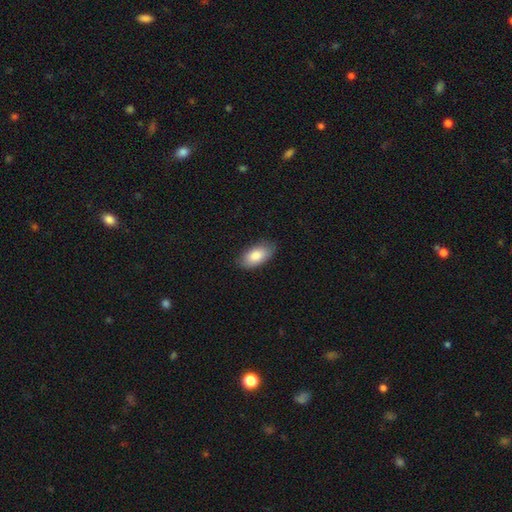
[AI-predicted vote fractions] Smooth or featured? smooth (85%)
How rounded? in between (94%)
Merging? none (84%)